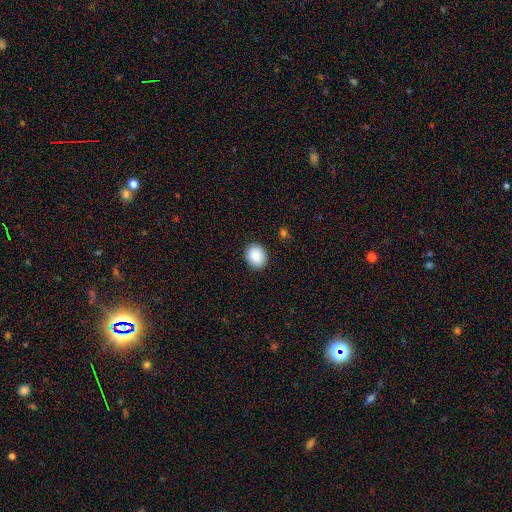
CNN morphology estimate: The model was most divided on "how rounded": round: 53%, in between: 46%, cigar-shaped: 1%. More confident: merging — none (90%); smooth or featured — smooth (88%).